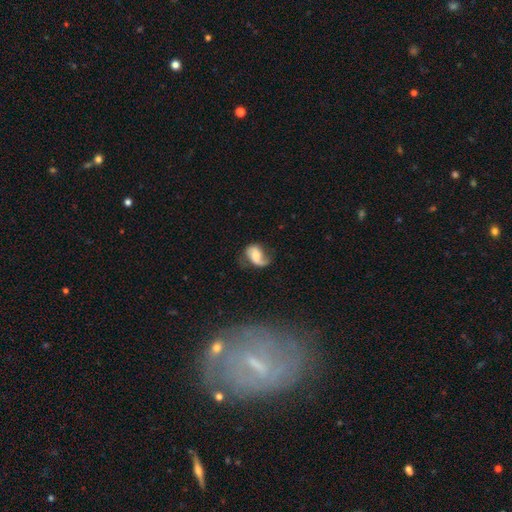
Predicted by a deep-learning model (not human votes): The model was most divided on "bulge size": moderate: 39%, small: 32%, none: 13%, large: 13%, dominant: 3%. Remaining: edge-on disk — no (97%); spiral arms — yes (90%); smooth or featured — featured or disk (61%); spiral arm count — 2 (56%); spiral winding — loose (53%); bar — no (52%); merging — none (44%).